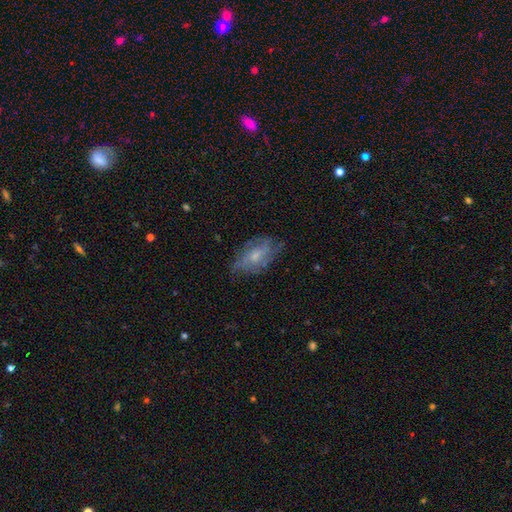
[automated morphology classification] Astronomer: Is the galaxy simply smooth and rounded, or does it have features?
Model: featured or disk — 58% (runner-up: smooth, 33%).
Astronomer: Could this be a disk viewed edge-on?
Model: no — 92%.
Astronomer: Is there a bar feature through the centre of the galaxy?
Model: no — 65%.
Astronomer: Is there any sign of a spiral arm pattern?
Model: yes — 71%.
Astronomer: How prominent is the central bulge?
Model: small — 50% (runner-up: moderate, 36%).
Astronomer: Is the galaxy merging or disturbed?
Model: none — 62%.